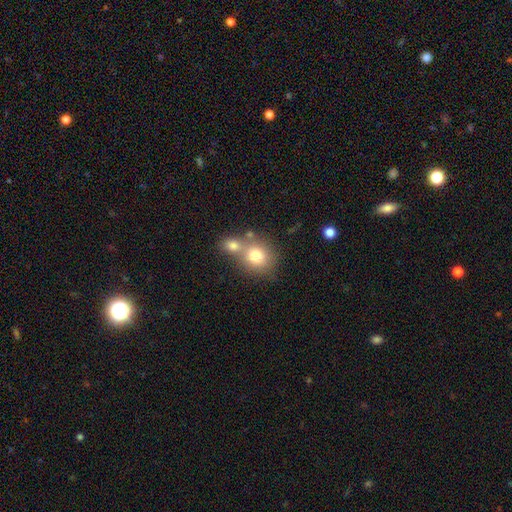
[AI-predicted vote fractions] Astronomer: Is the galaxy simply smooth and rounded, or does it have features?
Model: smooth — 76%.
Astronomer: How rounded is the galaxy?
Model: round — 75%.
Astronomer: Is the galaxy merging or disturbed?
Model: merger — 46% (runner-up: none, 41%).